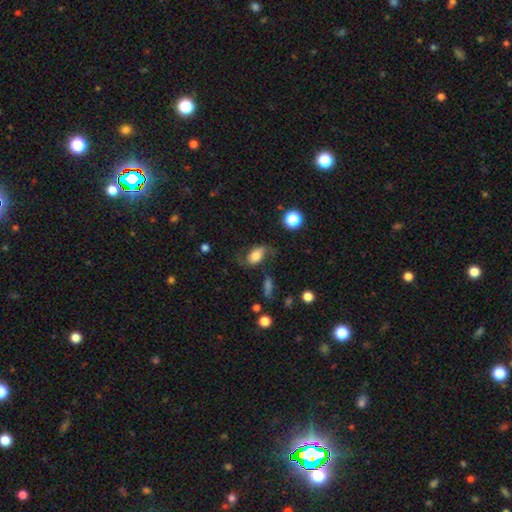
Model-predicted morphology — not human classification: smooth-or-featured: smooth: 48% | featured or disk: 42% | star or artifact: 10%
  merging: none: 57% | minor disturbance: 22% | major disturbance: 18% | merger: 4%